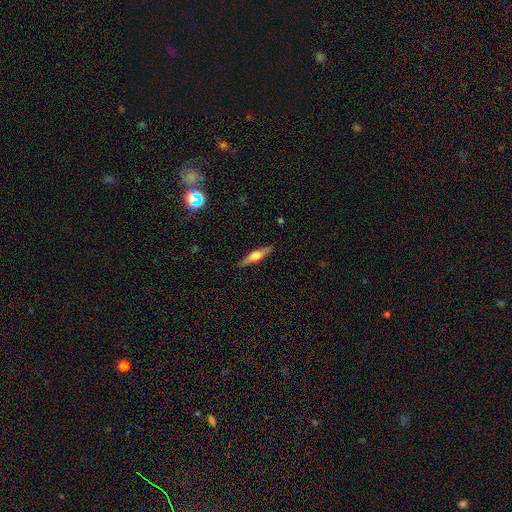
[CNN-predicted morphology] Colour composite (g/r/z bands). It shows a featured or disk galaxy (57%) viewed edge-on (96%) with a rounded central bulge (88%). Merging: none (89%).